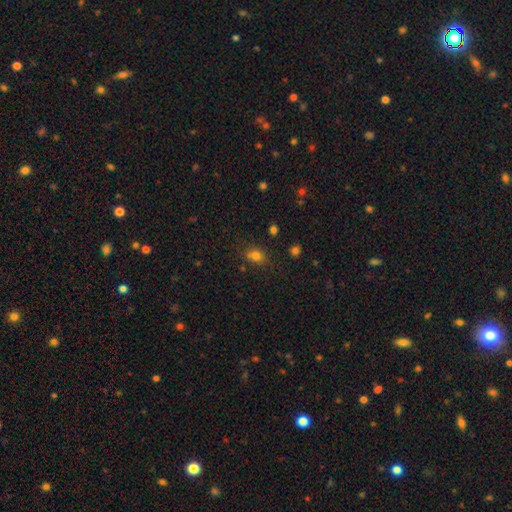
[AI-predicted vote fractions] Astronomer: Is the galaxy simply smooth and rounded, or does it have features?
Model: smooth — 76%.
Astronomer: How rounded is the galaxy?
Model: in between — 50% (runner-up: round, 48%).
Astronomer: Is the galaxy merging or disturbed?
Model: none — 66%.